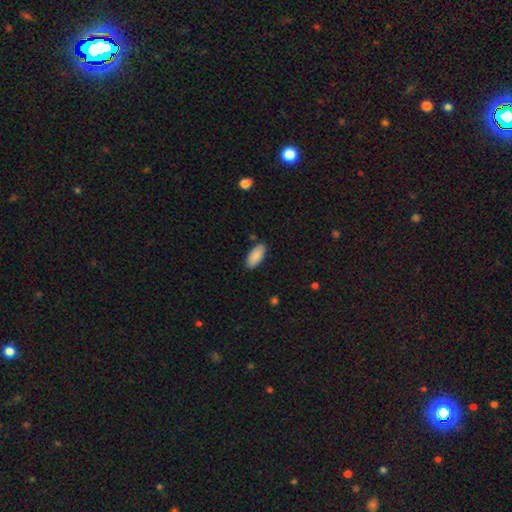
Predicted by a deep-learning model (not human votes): A smooth galaxy with no disk features (88%) that is in between round and cigar-shaped (90%). Merging: none (85%).